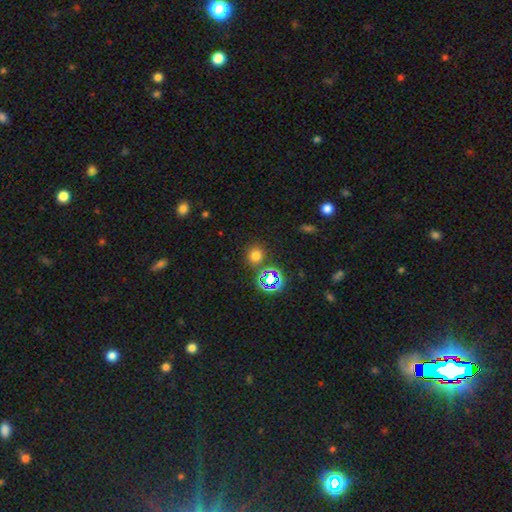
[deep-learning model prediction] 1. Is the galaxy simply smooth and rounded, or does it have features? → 67% smooth, 28% star or artifact, 6% featured or disk.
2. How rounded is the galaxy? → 86% round, 13% in between, 1% cigar-shaped.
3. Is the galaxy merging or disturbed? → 81% none, 8% minor disturbance, 8% merger, 3% major disturbance.